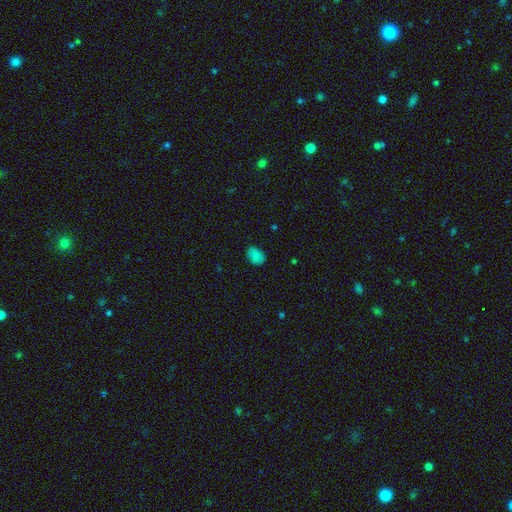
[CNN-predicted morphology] smooth 80%, star or artifact 11%, featured or disk 10%. Down the decision tree: how rounded — in between (67%); merging — none (76%).